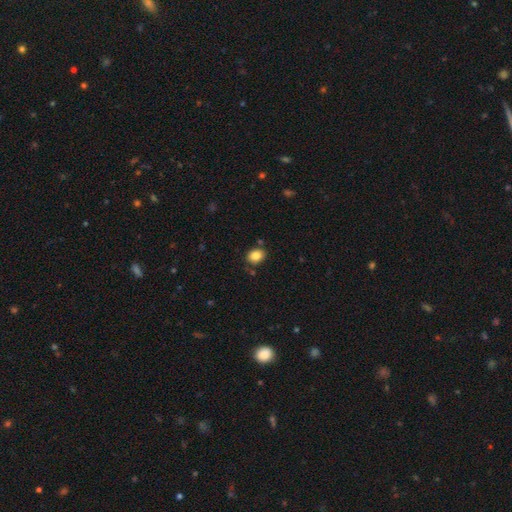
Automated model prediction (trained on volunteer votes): This appears to be a smooth galaxy with no disk features (83%) that is in between round and cigar-shaped (52%). Merging: none (82%).